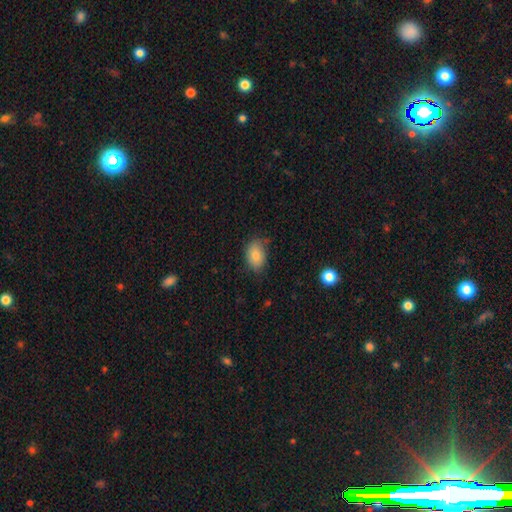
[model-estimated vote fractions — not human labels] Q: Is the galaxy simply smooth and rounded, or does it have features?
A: smooth — 82%.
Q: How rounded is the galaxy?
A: in between — 79%.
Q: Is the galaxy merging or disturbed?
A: none — 71%.